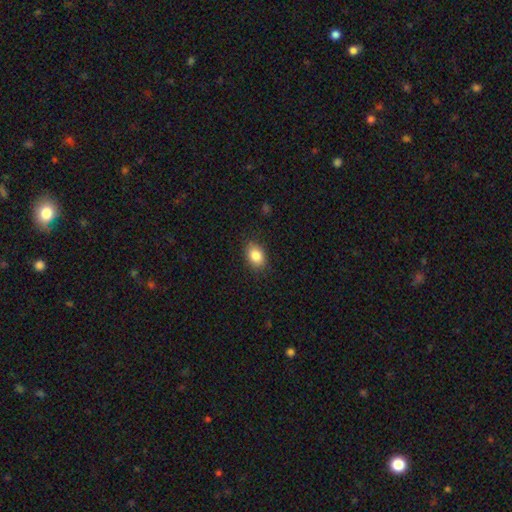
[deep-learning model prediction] Smooth or featured?
  - smooth: 85% *
  - star or artifact: 9%
  - featured or disk: 6%
How rounded?
  - in between: 73% *
  - round: 26%
  - cigar-shaped: 1%
Merging?
  - none: 85% *
  - minor disturbance: 11%
  - major disturbance: 3%
  - merger: 1%